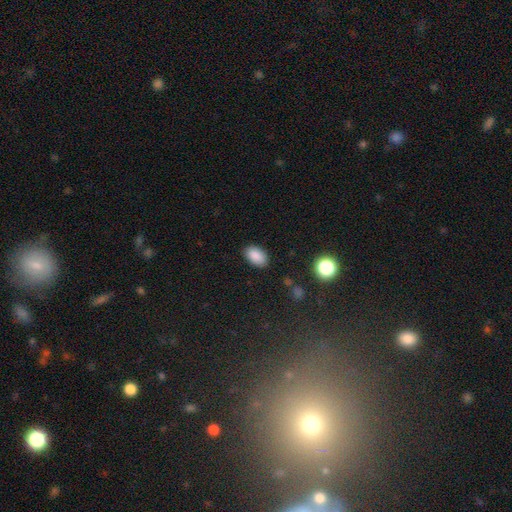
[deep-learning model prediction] Smooth or featured: smooth — 88% (star or artifact — 8%)
How rounded: in between — 91% (round — 7%)
Merging: none — 85% (minor disturbance — 11%)